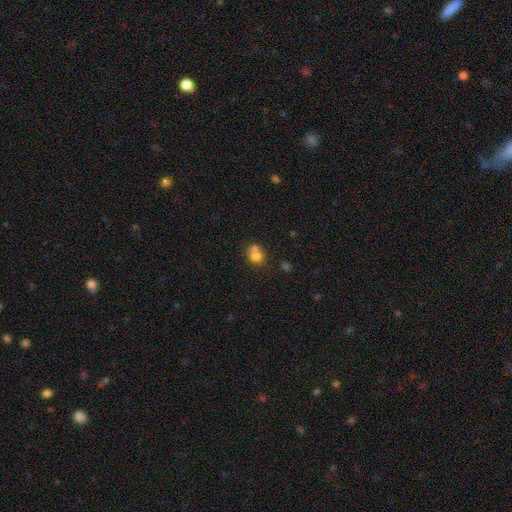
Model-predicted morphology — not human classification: This appears to be a smooth galaxy with no disk features (74%) that is round (72%). Merging: merger (49%).